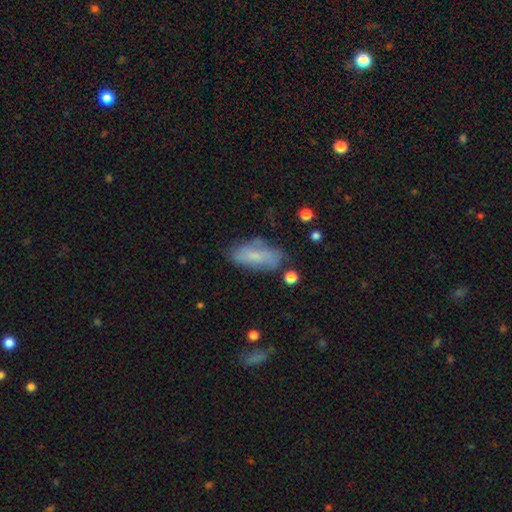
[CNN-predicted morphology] smooth 65%, featured or disk 27%, star or artifact 8%. Down the decision tree: how rounded — in between (80%); merging — none (60%).